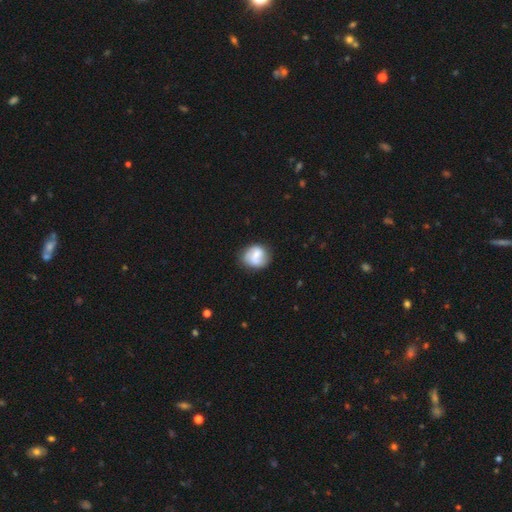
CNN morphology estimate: A smooth galaxy with no disk features (49%). Merging: none (68%).